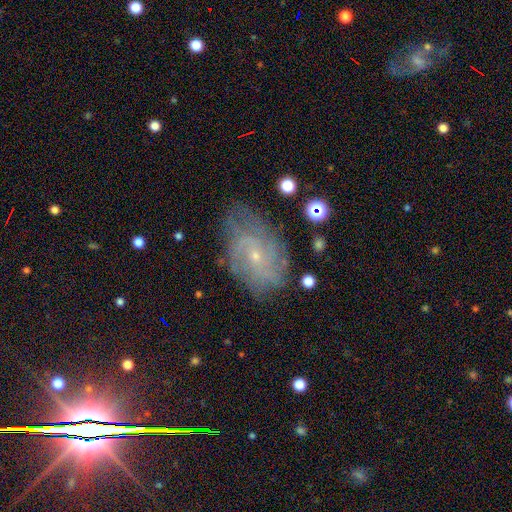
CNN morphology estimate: type=featured or disk (76%); edge-on=no (96%); bar=no (68%); spiral arms=yes (92%); winding=tight (55%); arm count=can't tell (43%); bulge=small (82%); merging=none (73%).